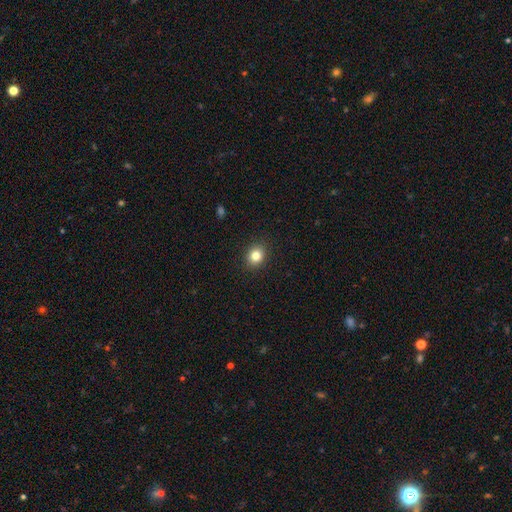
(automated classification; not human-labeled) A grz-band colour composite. It shows a smooth galaxy with no disk features (82%) that is round (69%). Merging: none (90%).